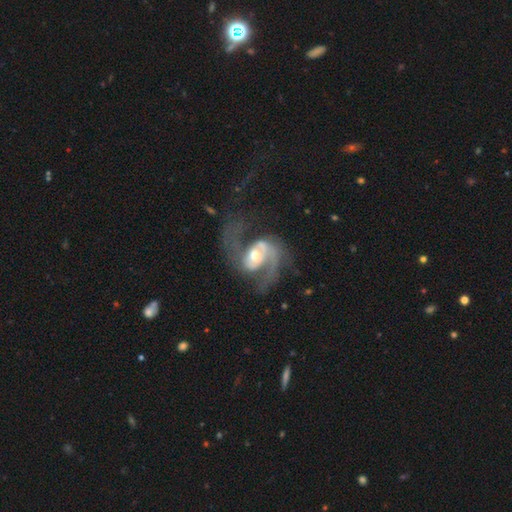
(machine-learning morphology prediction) Smooth or featured? featured or disk (87%)
Edge-on disk? no (98%)
Bar? no (46%)
Spiral arms? yes (95%)
Spiral winding? medium (46%)
Spiral arm count? 2 (83%)
Bulge size? moderate (66%)
Merging? none (46%)